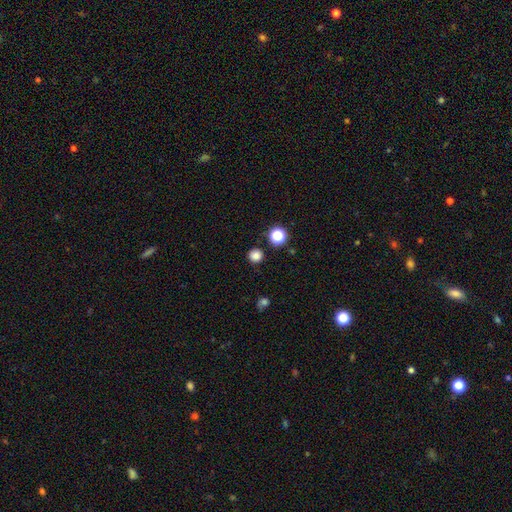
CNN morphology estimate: Q: Smooth or featured?
A: smooth (82%); runner-up: star or artifact (14%)
Q: How rounded?
A: round (94%); runner-up: in between (5%)
Q: Merging?
A: none (89%); runner-up: minor disturbance (6%)